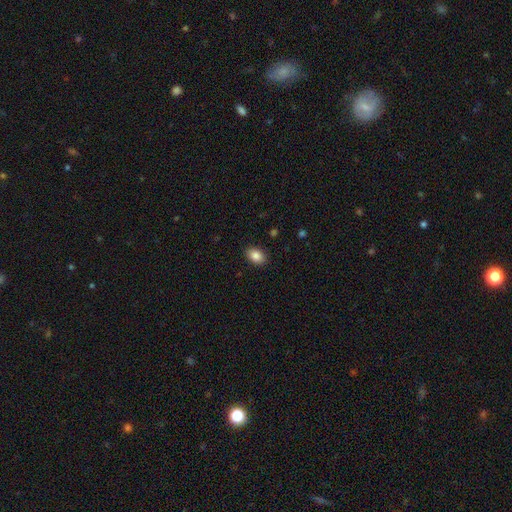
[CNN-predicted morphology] smooth_or_featured: smooth (p=0.86) [alt: star or artifact p=0.08]
how_rounded: in between (p=0.80) [alt: round p=0.18]
merging: none (p=0.89) [alt: minor disturbance p=0.08]